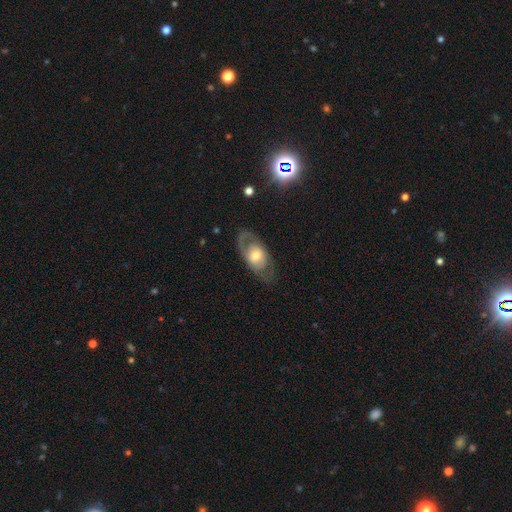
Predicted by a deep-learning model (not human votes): The model was most divided on "spiral arms": yes: 58%, no: 42%. More confident: edge-on disk — no (89%); bar — no (73%); merging — none (66%); bulge size — moderate (60%); smooth or featured — featured or disk (59%).